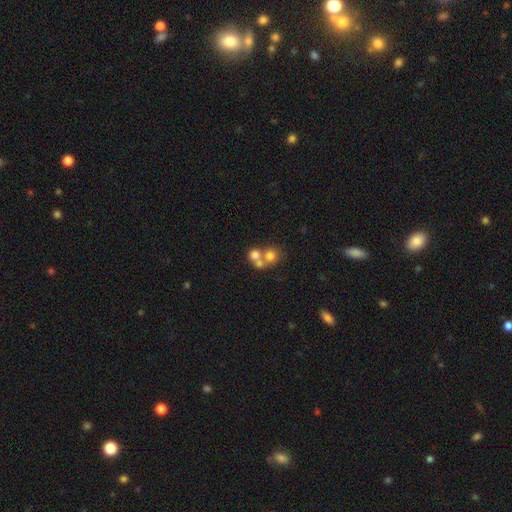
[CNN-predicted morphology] A smooth galaxy with no disk features (67%) that is round (81%). Merging: merger (58%).